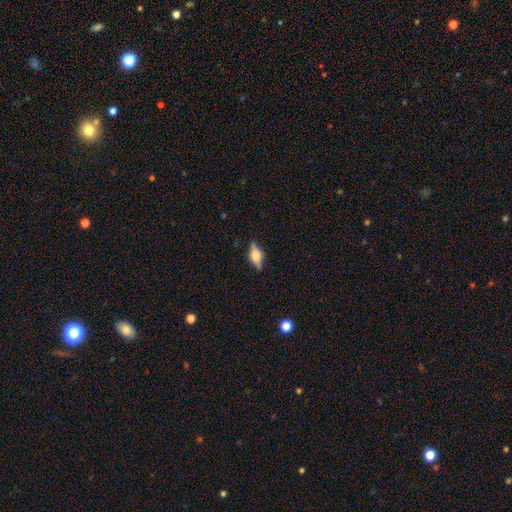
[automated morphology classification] This appears to be a featured or disk galaxy (51%) viewed edge-on (93%). Merging: none (81%).